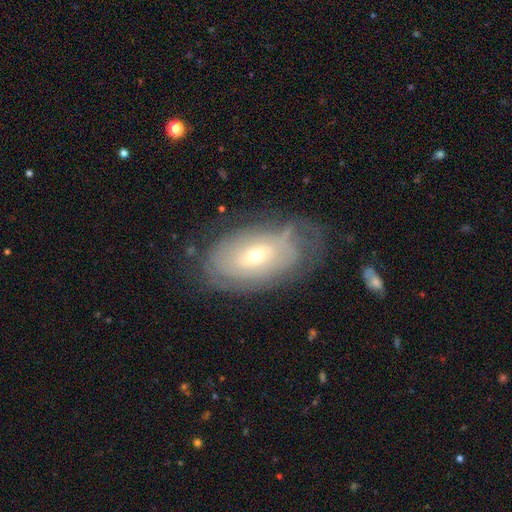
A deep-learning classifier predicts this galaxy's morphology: Smooth or featured? Predicted: featured or disk (p=0.67). Edge-on disk? Predicted: no (p=0.91). Bar? Predicted: no (p=0.65). Spiral arms? Predicted: yes (p=0.70). Bulge size? Predicted: small (p=0.52). Merging? Predicted: none (p=0.65).